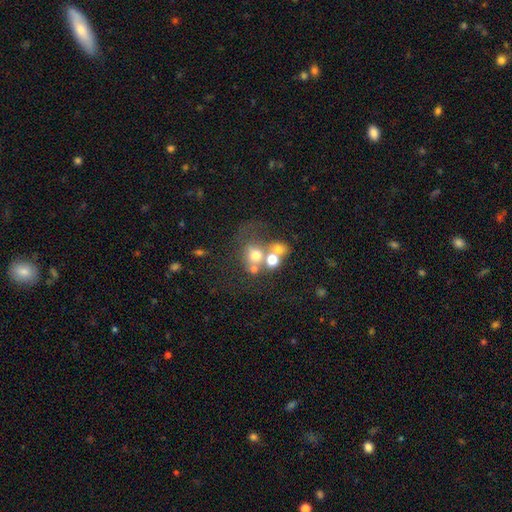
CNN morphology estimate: type=smooth (59%); roundness=round (74%); merging=merger (43%).